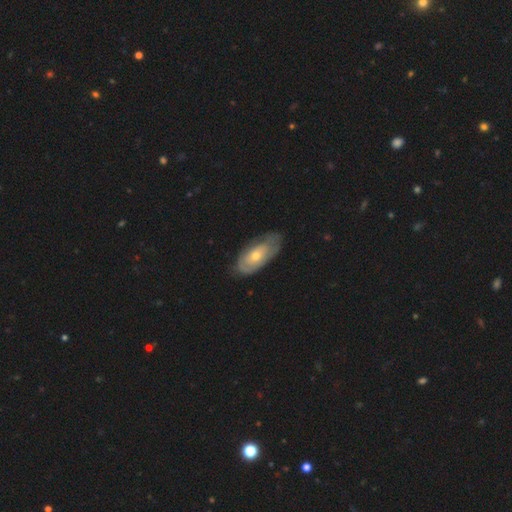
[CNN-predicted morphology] Q: Smooth or featured?
A: featured or disk (54%); runner-up: smooth (41%)
Q: Edge-on disk?
A: no (88%); runner-up: yes (12%)
Q: Merging?
A: none (65%); runner-up: minor disturbance (26%)